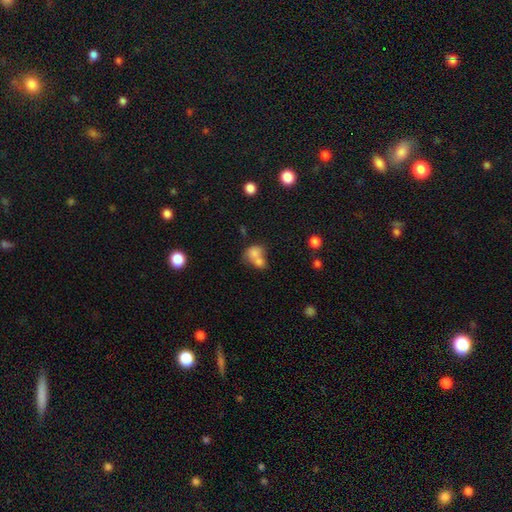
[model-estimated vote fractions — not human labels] Smooth or featured? smooth (75%)
How rounded? round (51%)
Merging? merger (67%)